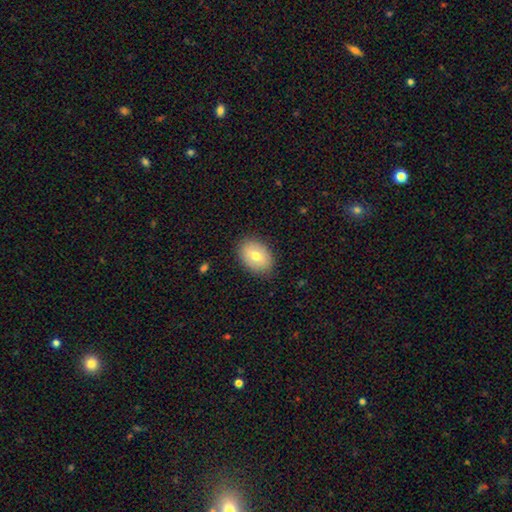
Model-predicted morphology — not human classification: smooth-or-featured: smooth: 73% | featured or disk: 19% | star or artifact: 8%
  how-rounded: in between: 78% | round: 21% | cigar-shaped: 1%
  merging: none: 85% | minor disturbance: 11% | major disturbance: 3% | merger: 1%